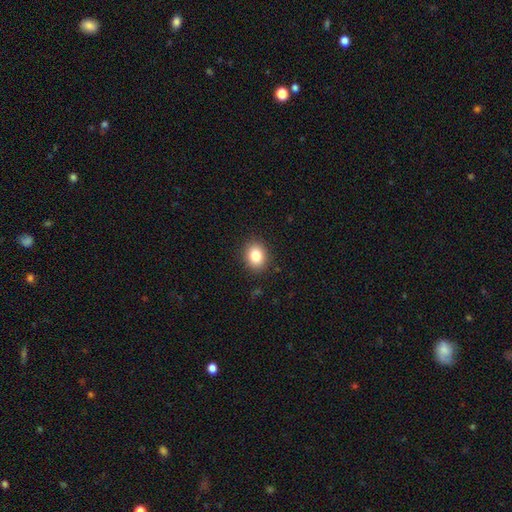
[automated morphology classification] This is clearly a smooth galaxy (84%). How rounded: possibly round (53%). Merging: clearly none (89%).